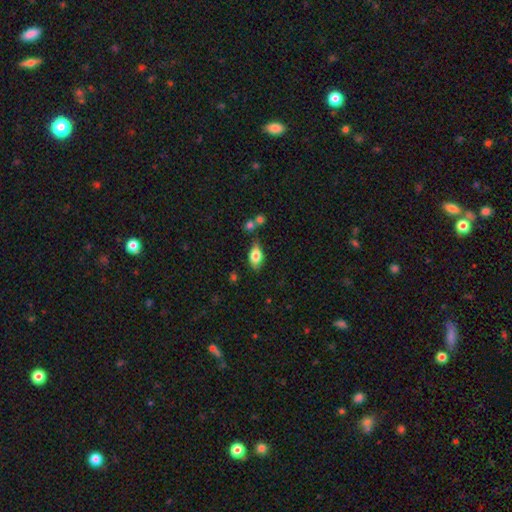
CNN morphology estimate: smooth_or_featured: smooth (p=0.75) [alt: featured or disk p=0.17]
how_rounded: in between (p=0.87) [alt: round p=0.08]
merging: none (p=0.68) [alt: minor disturbance p=0.18]